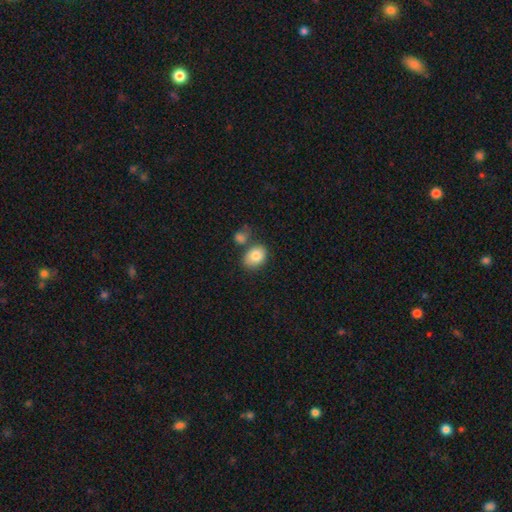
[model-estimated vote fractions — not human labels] smooth 83%, featured or disk 9%, star or artifact 8%. Down the decision tree: how rounded — in between (67%); merging — none (62%).